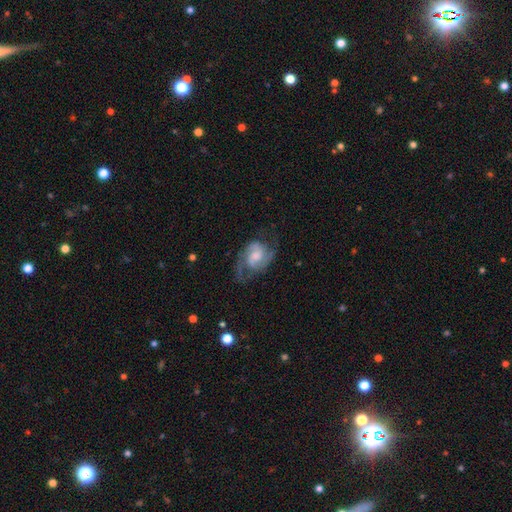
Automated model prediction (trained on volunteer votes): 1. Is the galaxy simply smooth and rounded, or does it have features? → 83% featured or disk, 12% smooth, 6% star or artifact.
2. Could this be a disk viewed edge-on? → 97% no, 3% yes.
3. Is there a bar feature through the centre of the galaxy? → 52% no, 41% weak, 7% strong.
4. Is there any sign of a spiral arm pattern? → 95% yes, 5% no.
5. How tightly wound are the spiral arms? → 53% medium, 25% tight, 22% loose.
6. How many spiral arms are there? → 79% 2, 7% can't tell, 7% 3, 3% 1, 2% 4, 2% more than 4.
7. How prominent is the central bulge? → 47% moderate, 27% small, 14% large, 11% none, 2% dominant.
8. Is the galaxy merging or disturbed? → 61% none, 21% minor disturbance, 17% major disturbance, 2% merger.